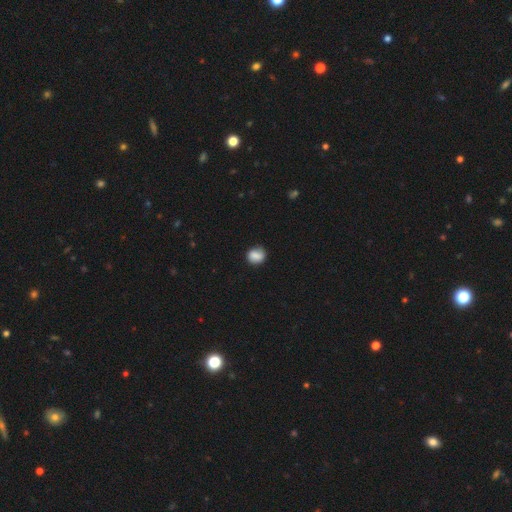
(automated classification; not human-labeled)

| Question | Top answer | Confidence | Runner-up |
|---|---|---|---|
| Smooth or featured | smooth | 81% | featured or disk (10%) |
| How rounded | round | 72% | in between (27%) |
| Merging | none | 77% | minor disturbance (17%) |